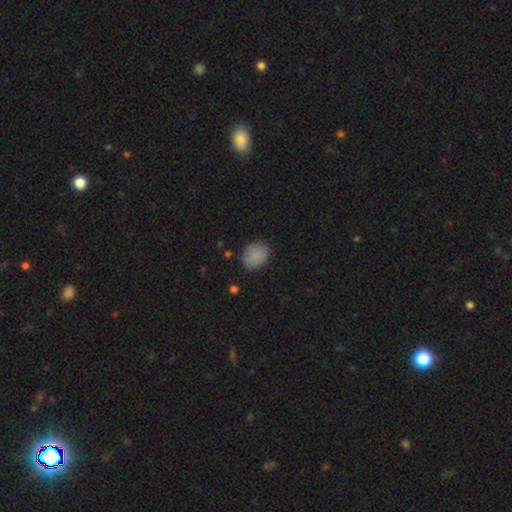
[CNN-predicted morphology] smooth_or_featured: smooth (p=0.86) [alt: star or artifact p=0.08]
how_rounded: round (p=0.52) [alt: in between p=0.47]
merging: none (p=0.84) [alt: minor disturbance p=0.12]